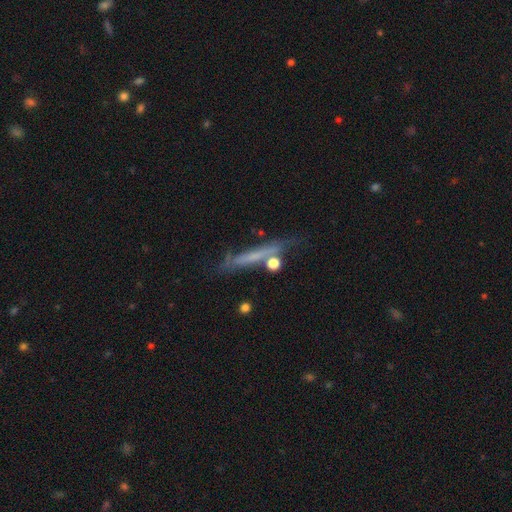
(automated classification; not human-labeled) Morphology: type=featured or disk (50%); merging=none (55%).